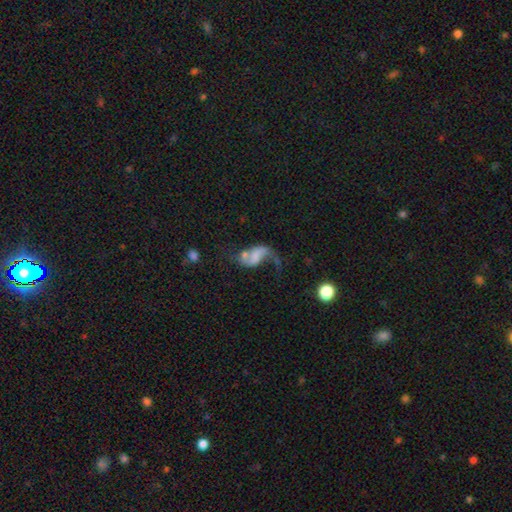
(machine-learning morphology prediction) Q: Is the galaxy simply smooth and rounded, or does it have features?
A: featured or disk — 69%.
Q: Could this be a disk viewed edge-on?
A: no — 97%.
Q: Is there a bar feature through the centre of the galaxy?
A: no — 48%.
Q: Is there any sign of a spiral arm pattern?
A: yes — 84%.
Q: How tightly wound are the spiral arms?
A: loose — 82%.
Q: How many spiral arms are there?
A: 2 — 73%.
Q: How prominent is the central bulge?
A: none — 50%.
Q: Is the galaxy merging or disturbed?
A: major disturbance — 32%.